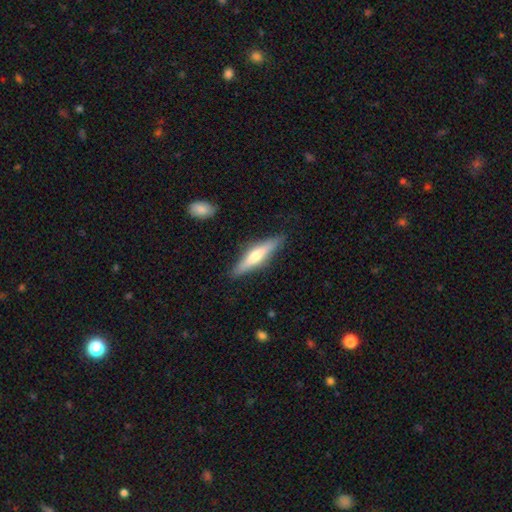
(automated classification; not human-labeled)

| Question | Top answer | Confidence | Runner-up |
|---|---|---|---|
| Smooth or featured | featured or disk | 54% | smooth (41%) |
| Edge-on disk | yes | 94% | no (6%) |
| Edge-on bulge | rounded | 84% | none (8%) |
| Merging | none | 87% | minor disturbance (10%) |